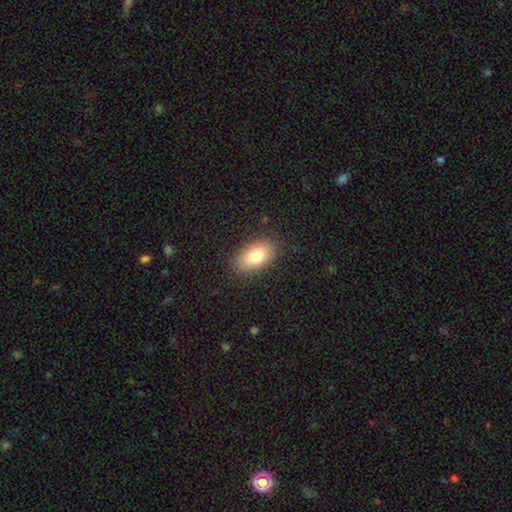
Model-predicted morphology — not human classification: type=smooth (80%); roundness=in between (91%); merging=none (86%).